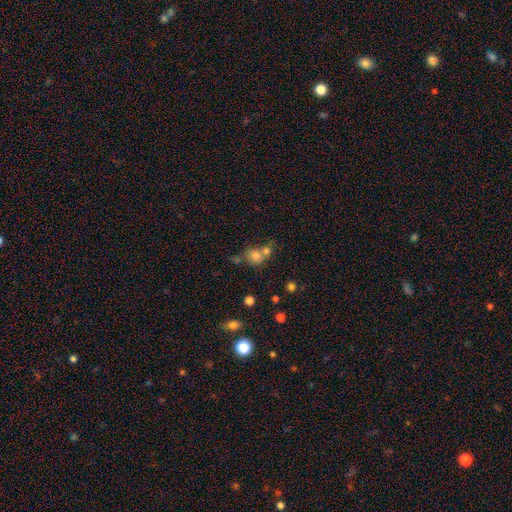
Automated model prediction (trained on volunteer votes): A smooth galaxy with no disk features (75%) that is round (78%).

Vote fractions:
- Smooth or featured? smooth: 75% / star or artifact: 13% / featured or disk: 12%
- How rounded? round: 78% / in between: 21% / cigar-shaped: 1%
- Merging? merger: 45% / none: 41% / minor disturbance: 9% / major disturbance: 5%